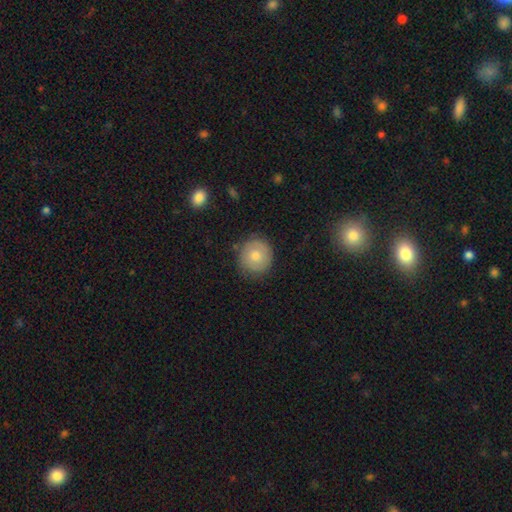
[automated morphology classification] Overall: smooth (68%). How rounded: round (91%). Merging: none (82%).